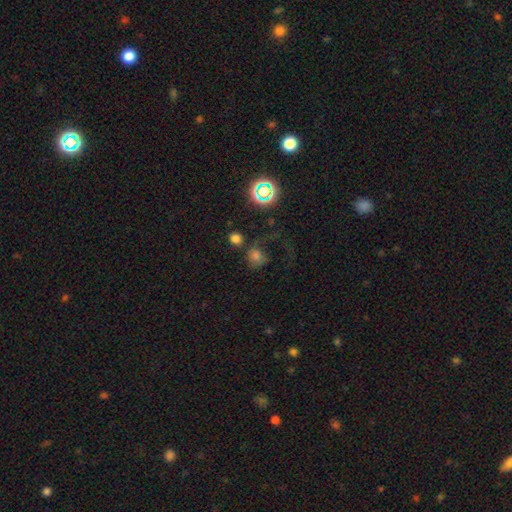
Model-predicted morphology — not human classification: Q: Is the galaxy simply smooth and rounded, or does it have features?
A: smooth — 61%.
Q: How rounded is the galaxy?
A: round — 80%.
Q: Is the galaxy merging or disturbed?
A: none — 46%.